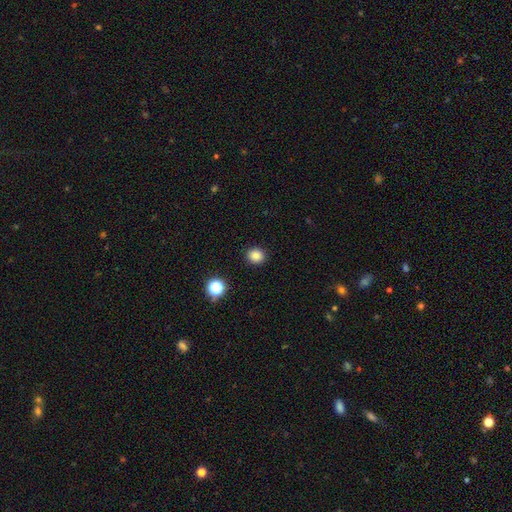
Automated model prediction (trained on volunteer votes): smooth 83%, star or artifact 13%, featured or disk 4%. Down the decision tree: how rounded — round (82%); merging — none (91%).